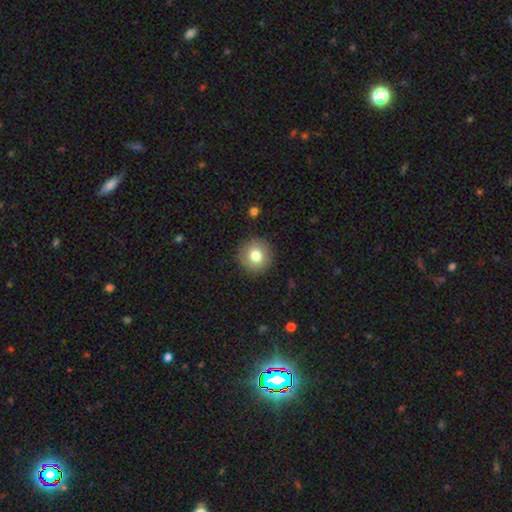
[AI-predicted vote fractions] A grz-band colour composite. It shows a smooth galaxy with no disk features (79%) that is round (94%). Merging: none (90%).